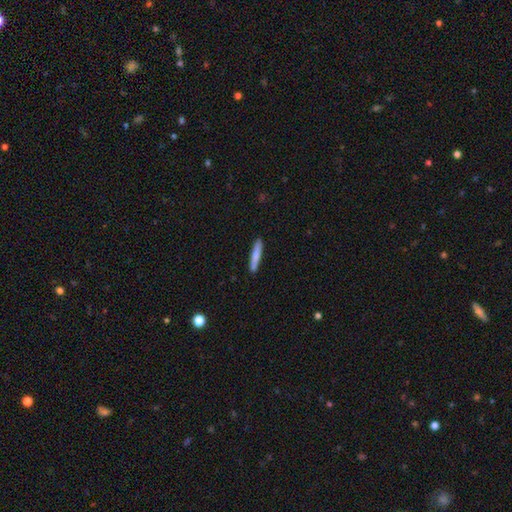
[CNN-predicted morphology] type=smooth (77%); roundness=cigar-shaped (92%); merging=none (88%).